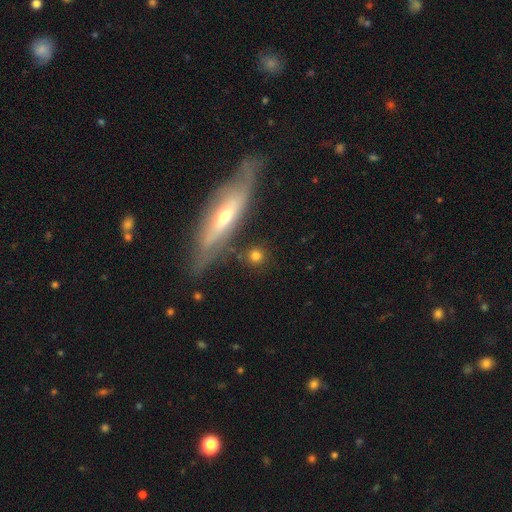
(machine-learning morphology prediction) type=smooth (73%); roundness=round (83%); merging=none (82%).